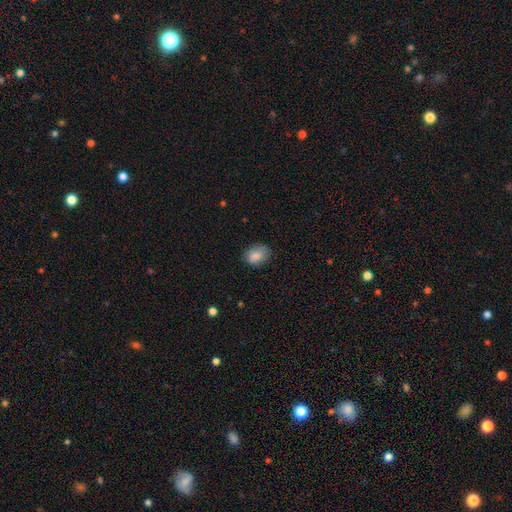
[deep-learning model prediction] The model was most divided on "how rounded": in between: 72%, round: 27%, cigar-shaped: 1%. More confident: smooth or featured — smooth (82%); merging — none (73%).